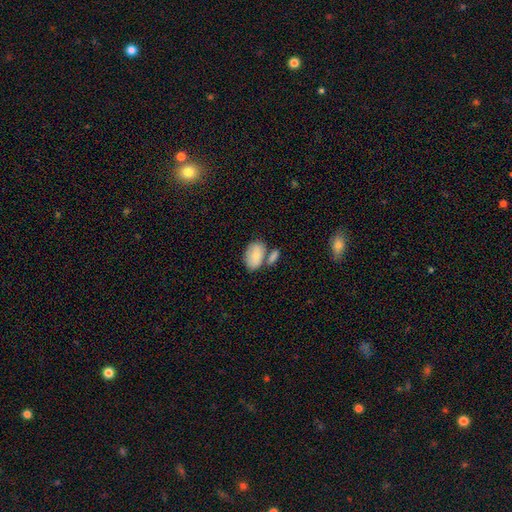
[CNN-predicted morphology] Smooth or featured?
  - smooth: 80% *
  - featured or disk: 13%
  - star or artifact: 6%
How rounded?
  - in between: 91% *
  - round: 8%
  - cigar-shaped: 2%
Merging?
  - none: 49% *
  - merger: 31%
  - minor disturbance: 15%
  - major disturbance: 5%